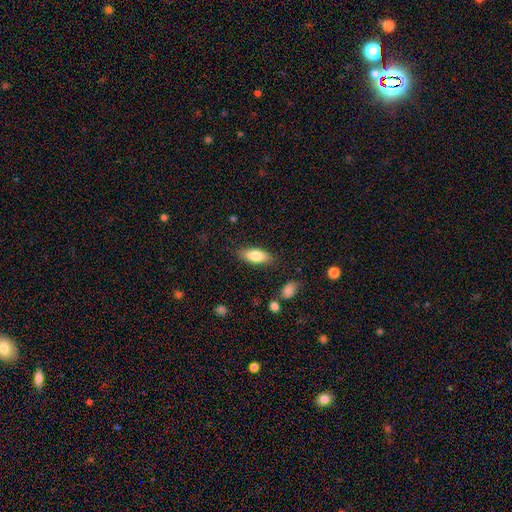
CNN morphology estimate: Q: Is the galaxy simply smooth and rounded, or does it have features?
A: smooth — 80%.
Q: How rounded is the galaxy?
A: in between — 78%.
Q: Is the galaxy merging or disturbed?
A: none — 83%.